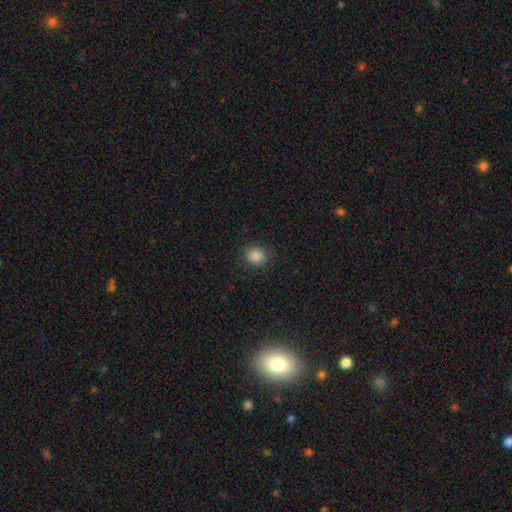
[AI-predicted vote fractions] A smooth galaxy with no disk features (87%) that is round (73%). Merging: none (88%).